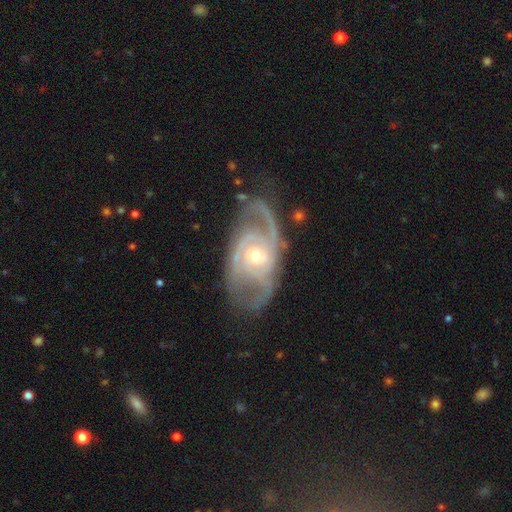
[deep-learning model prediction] This appears to be a featured or disk galaxy (88%) with no bar (61%), 2 (55%) tight (46%) spiral arms (95%) and a small central bulge (50%). Merging: none (69%).